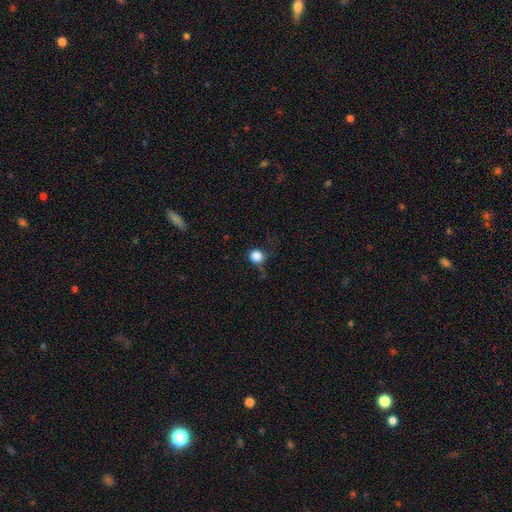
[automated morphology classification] The model was most divided on "merging": none: 65%, minor disturbance: 23%, major disturbance: 9%, merger: 3%. More confident: how rounded — round (90%); smooth or featured — smooth (84%).